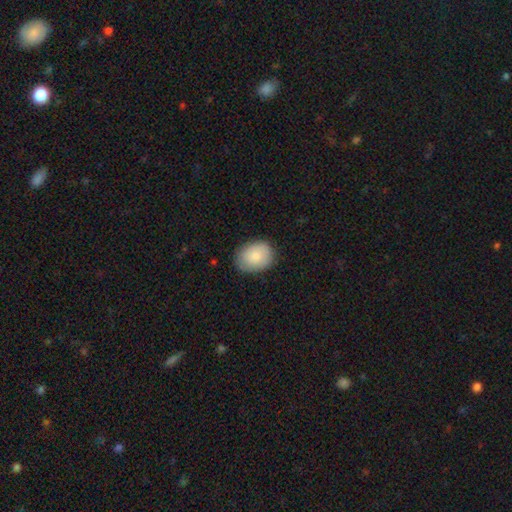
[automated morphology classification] Smooth or featured: smooth — 82% (featured or disk — 12%)
How rounded: in between — 63% (round — 36%)
Merging: none — 80% (minor disturbance — 16%)